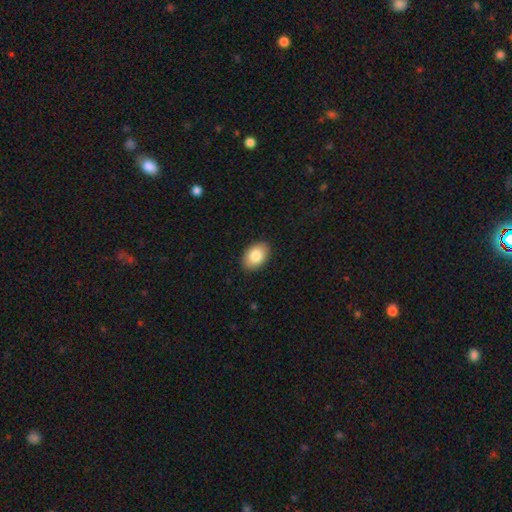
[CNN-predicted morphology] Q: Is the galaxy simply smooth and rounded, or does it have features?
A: smooth — 84%.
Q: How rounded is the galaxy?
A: in between — 85%.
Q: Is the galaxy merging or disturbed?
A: none — 90%.